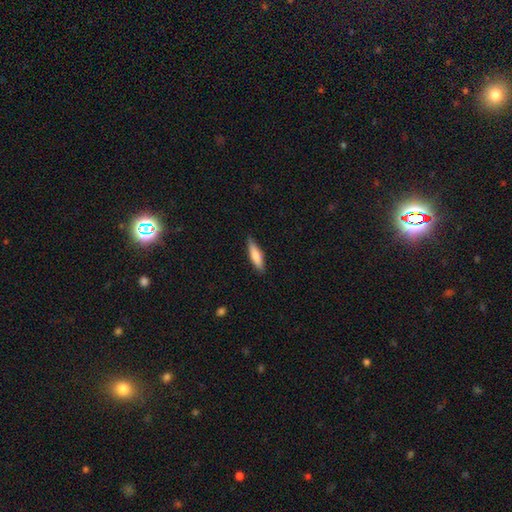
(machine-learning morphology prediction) This appears to be a smooth galaxy with no disk features (73%) that is cigar-shaped (73%). Merging: none (86%).